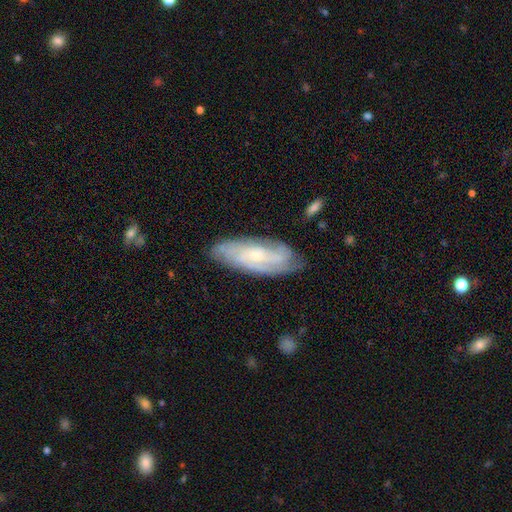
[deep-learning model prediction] featured or disk 73%, smooth 20%, star or artifact 6%. Down the decision tree: edge-on disk — no (88%); bar — no (67%); spiral arms — yes (92%); spiral arm count — can't tell (41%); spiral winding — tight (61%); bulge size — small (67%); merging — none (76%).